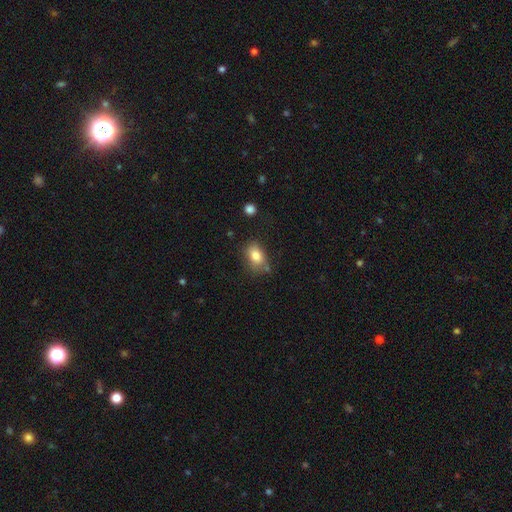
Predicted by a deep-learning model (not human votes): Morphology: type=smooth (81%); roundness=in between (80%); merging=none (65%).